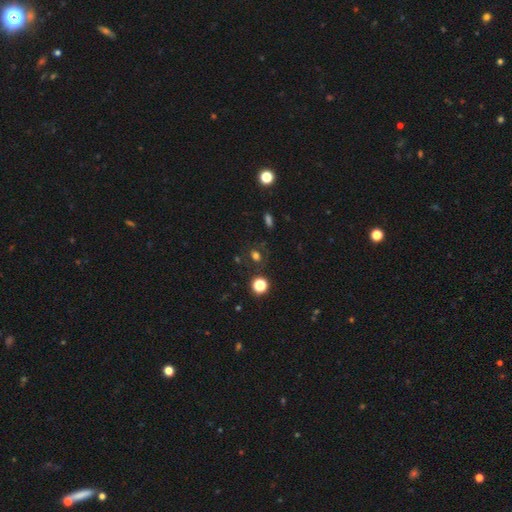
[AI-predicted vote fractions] Smooth or featured? smooth (64%)
How rounded? round (57%)
Merging? none (75%)